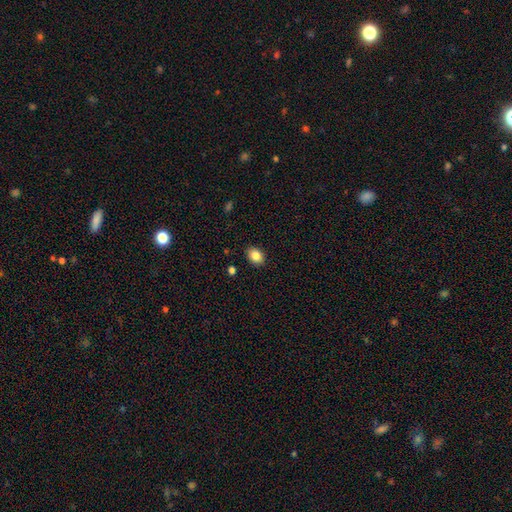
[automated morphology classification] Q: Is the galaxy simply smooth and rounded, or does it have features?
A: smooth — 85%.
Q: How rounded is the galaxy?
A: in between — 71%.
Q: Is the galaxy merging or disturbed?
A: none — 89%.